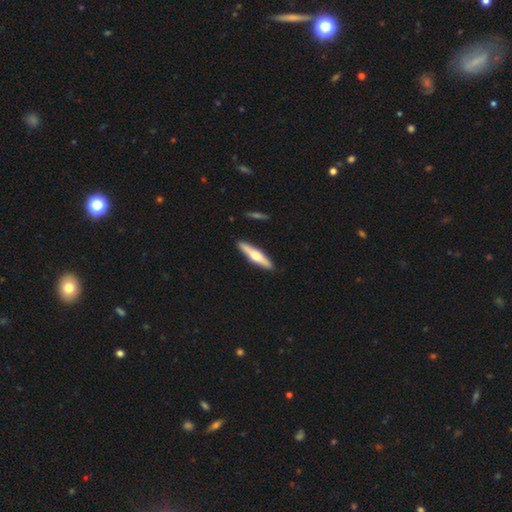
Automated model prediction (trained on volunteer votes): Q: Smooth or featured?
A: featured or disk (50%); runner-up: smooth (45%)
Q: Merging?
A: none (90%); runner-up: minor disturbance (7%)